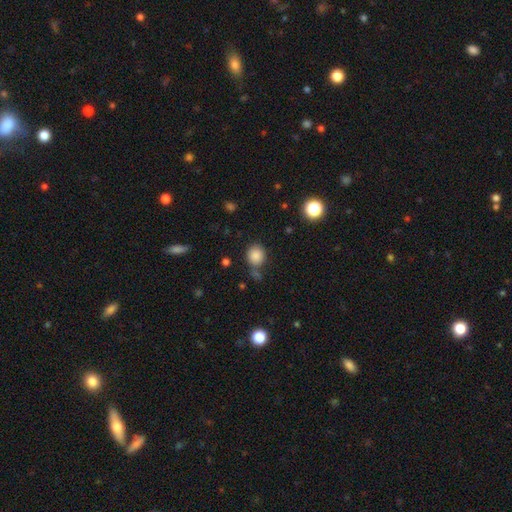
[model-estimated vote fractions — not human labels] Smooth or featured? smooth (85%)
How rounded? round (81%)
Merging? none (71%)